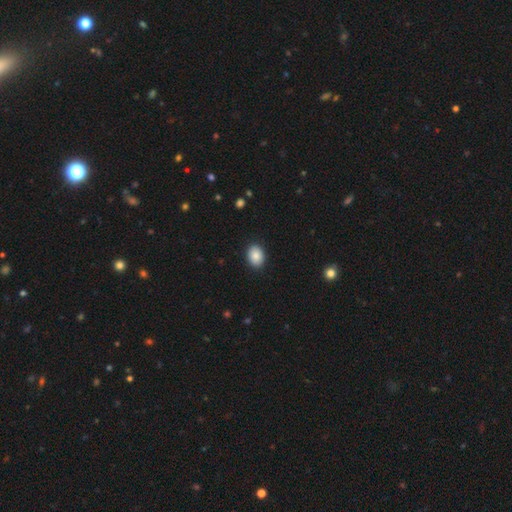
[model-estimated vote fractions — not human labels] A smooth galaxy with no disk features (87%) that is in between round and cigar-shaped (69%).

Vote fractions:
- Smooth or featured? smooth: 87% / star or artifact: 7% / featured or disk: 5%
- How rounded? in between: 69% / round: 31% / cigar-shaped: 1%
- Merging? none: 90% / minor disturbance: 7% / major disturbance: 2% / merger: 1%